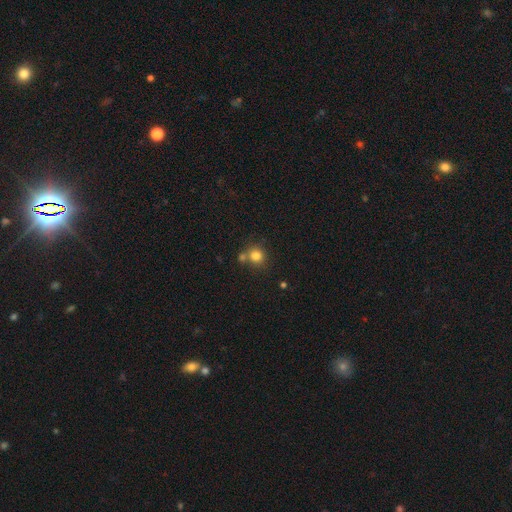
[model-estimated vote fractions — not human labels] Smooth or featured? smooth (81%)
How rounded? round (89%)
Merging? none (65%)